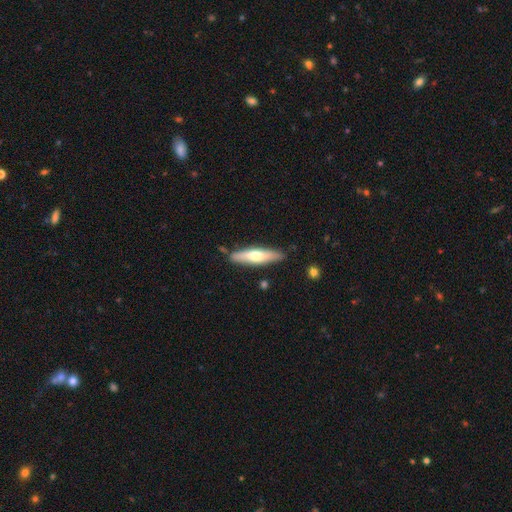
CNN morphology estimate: This appears to be a smooth galaxy with no disk features (53%) that is cigar-shaped (75%). Merging: none (83%).